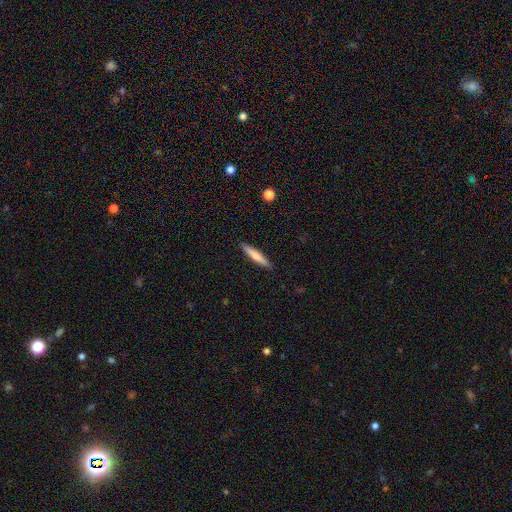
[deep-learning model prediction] smooth-or-featured: smooth: 70% | featured or disk: 25% | star or artifact: 6%
  how-rounded: cigar-shaped: 92% | in between: 7% | round: 1%
  merging: none: 91% | minor disturbance: 7% | major disturbance: 2% | merger: 1%